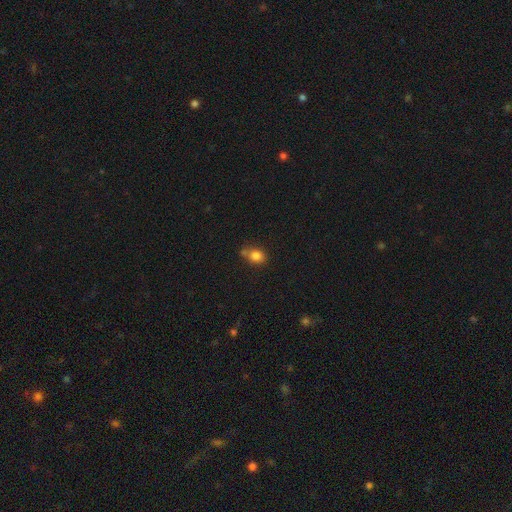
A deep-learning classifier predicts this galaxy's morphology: Q: Smooth or featured?
A: smooth (82%); runner-up: star or artifact (11%)
Q: How rounded?
A: round (53%); runner-up: in between (46%)
Q: Merging?
A: none (59%); runner-up: minor disturbance (18%)